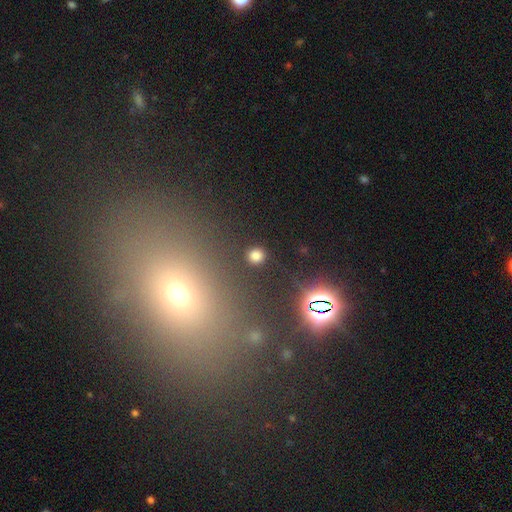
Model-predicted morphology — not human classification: smooth_or_featured: smooth (p=0.79) [alt: star or artifact p=0.16]
how_rounded: round (p=0.89) [alt: in between p=0.10]
merging: none (p=0.90) [alt: minor disturbance p=0.06]